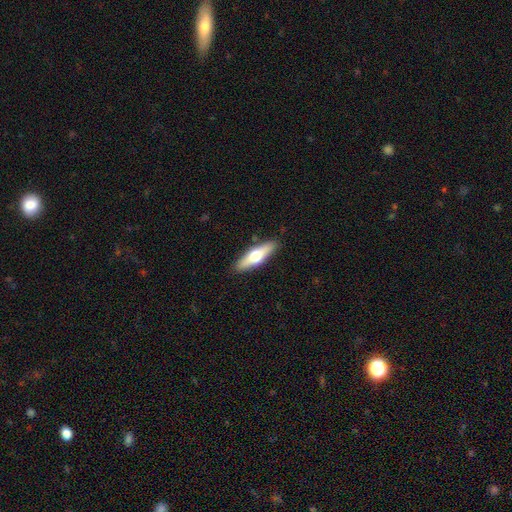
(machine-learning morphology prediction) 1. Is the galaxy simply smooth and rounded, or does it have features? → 48% smooth, 46% featured or disk, 5% star or artifact.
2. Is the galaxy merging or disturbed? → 88% none, 8% minor disturbance, 2% major disturbance, 1% merger.